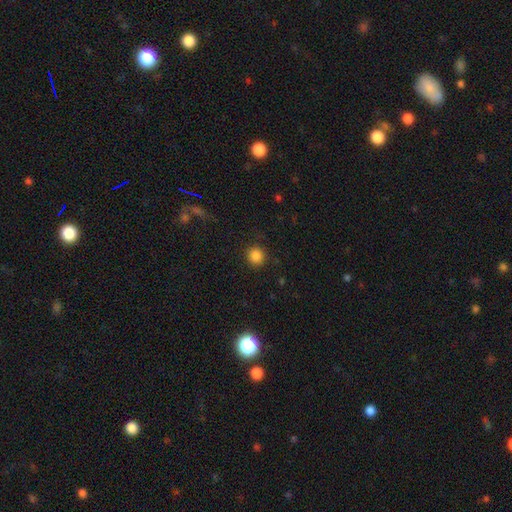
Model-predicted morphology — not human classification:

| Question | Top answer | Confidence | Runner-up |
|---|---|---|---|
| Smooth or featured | smooth | 85% | star or artifact (11%) |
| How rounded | round | 92% | in between (7%) |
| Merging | none | 90% | minor disturbance (6%) |